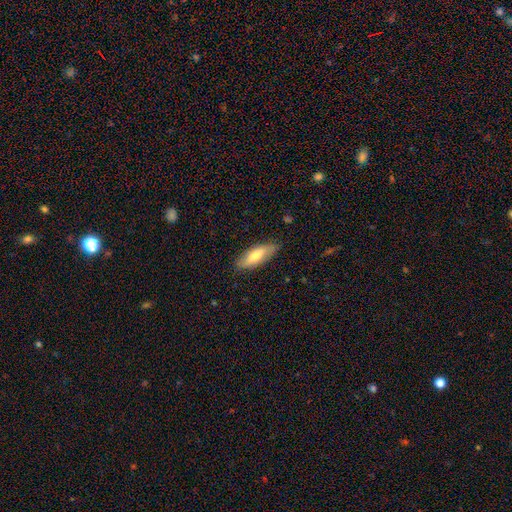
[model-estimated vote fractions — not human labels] smooth_or_featured: smooth (p=0.64) [alt: featured or disk p=0.30]
how_rounded: in between (p=0.63) [alt: cigar-shaped p=0.34]
merging: none (p=0.84) [alt: minor disturbance p=0.12]